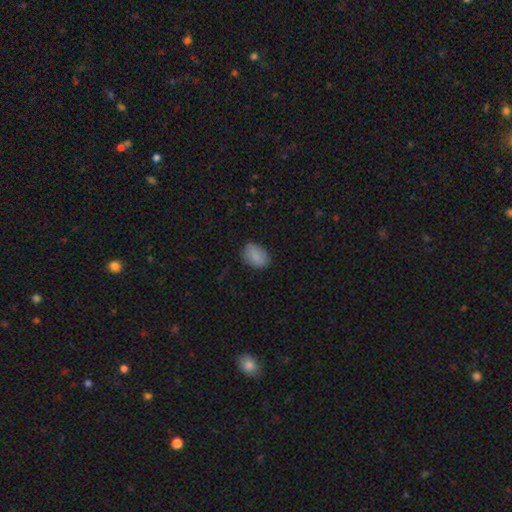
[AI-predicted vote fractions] Smooth or featured?
  - smooth: 87% *
  - star or artifact: 7%
  - featured or disk: 6%
How rounded?
  - in between: 82% *
  - round: 17%
  - cigar-shaped: 1%
Merging?
  - none: 80% *
  - minor disturbance: 16%
  - major disturbance: 3%
  - merger: 1%